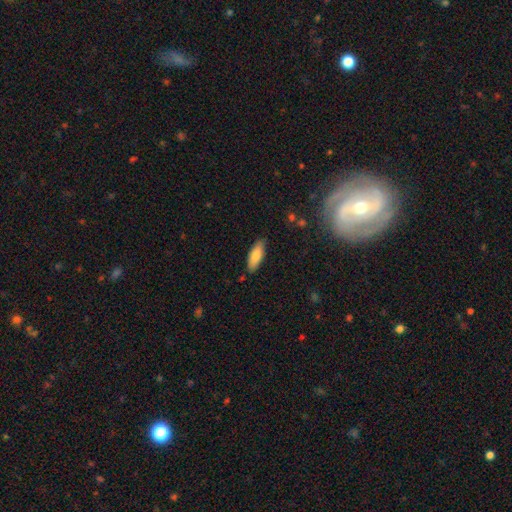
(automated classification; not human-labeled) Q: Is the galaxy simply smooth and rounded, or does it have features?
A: smooth — 82%.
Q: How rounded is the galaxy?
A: in between — 69%.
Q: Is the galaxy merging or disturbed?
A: none — 83%.